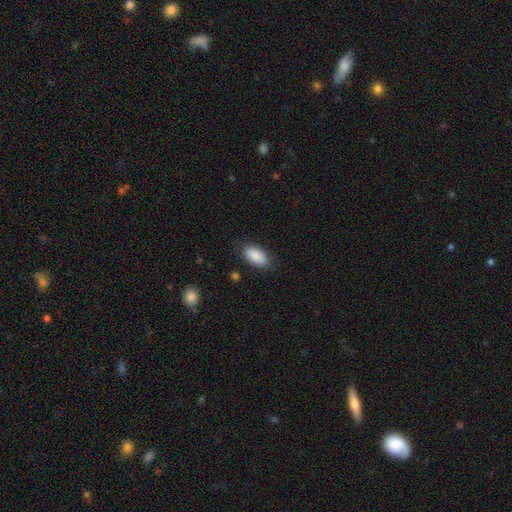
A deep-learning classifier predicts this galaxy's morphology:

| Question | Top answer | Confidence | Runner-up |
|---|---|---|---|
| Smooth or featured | smooth | 89% | star or artifact (6%) |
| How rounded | in between | 93% | cigar-shaped (3%) |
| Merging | none | 83% | minor disturbance (13%) |